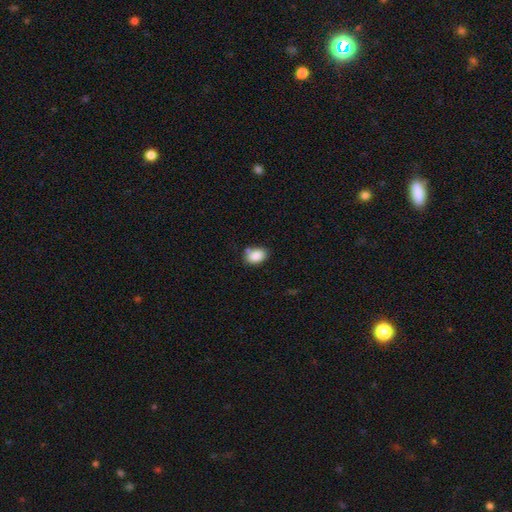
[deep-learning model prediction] A smooth galaxy with no disk features (87%) that is in between round and cigar-shaped (84%). Merging: none (68%).